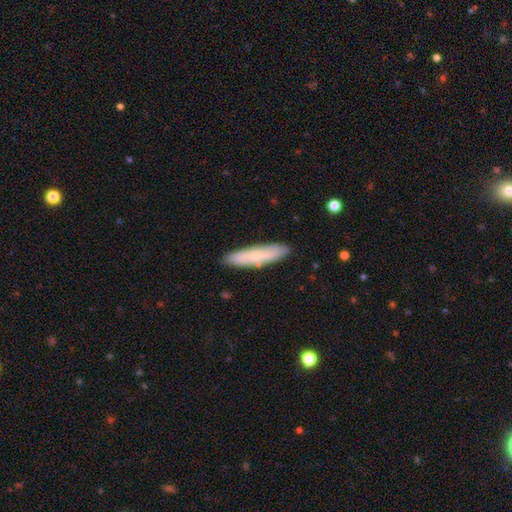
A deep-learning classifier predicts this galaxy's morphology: smooth 65%, featured or disk 29%, star or artifact 6%. Down the decision tree: how rounded — cigar-shaped (82%); merging — none (87%).